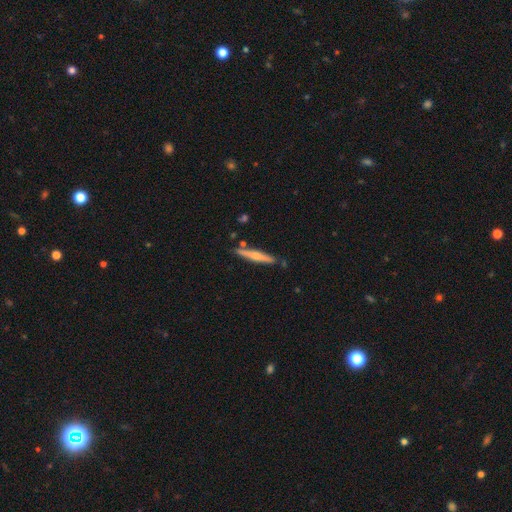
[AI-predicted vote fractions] This is possibly a smooth galaxy (47%, tied with featured or disk). Merging: clearly none (83%).